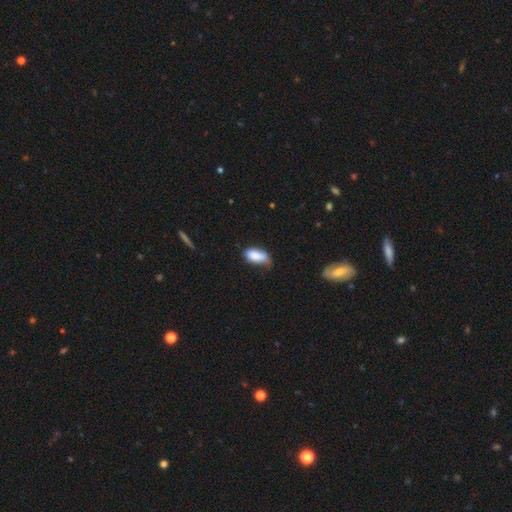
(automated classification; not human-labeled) smooth_or_featured: smooth (p=0.84) [alt: featured or disk p=0.09]
how_rounded: in between (p=0.89) [alt: cigar-shaped p=0.07]
merging: minor disturbance (p=0.43) [alt: none p=0.41]